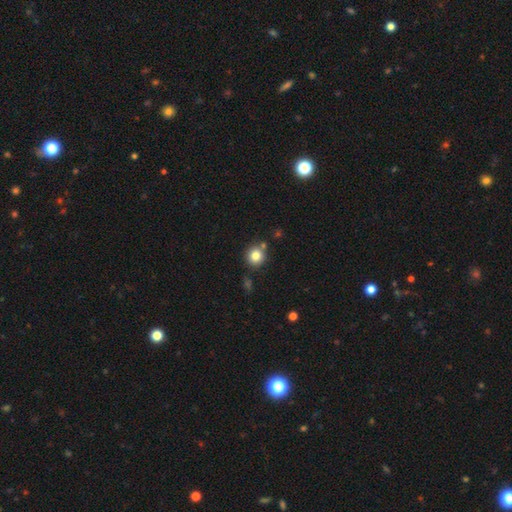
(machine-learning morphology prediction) Overall: smooth (81%). How rounded: round (89%). Merging: none (77%).